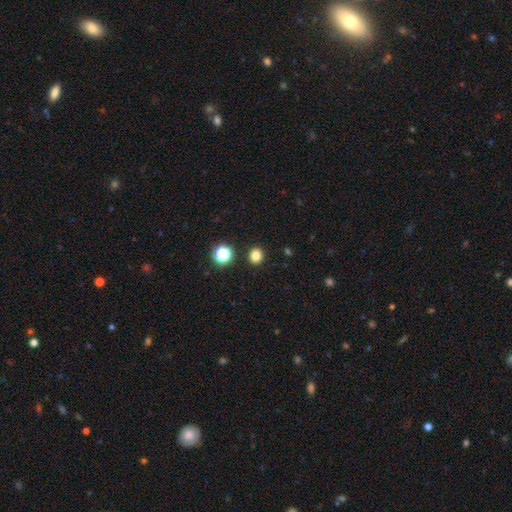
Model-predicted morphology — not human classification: This is clearly a smooth galaxy (80%). How rounded: likely round (79%). Merging: clearly none (91%).